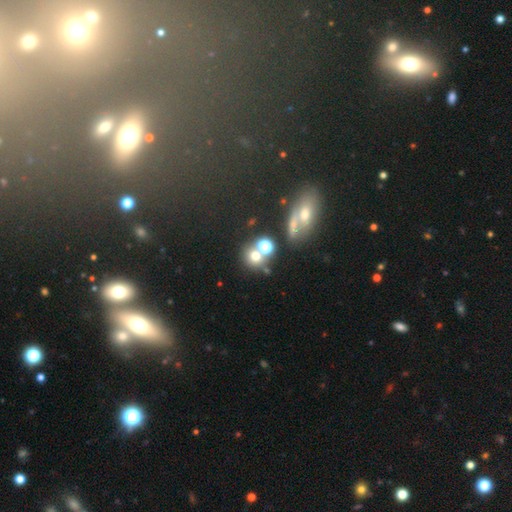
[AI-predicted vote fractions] A smooth galaxy with no disk features (63%) that is round (83%).

Vote fractions:
- Smooth or featured? smooth: 63% / star or artifact: 24% / featured or disk: 13%
- How rounded? round: 83% / in between: 16% / cigar-shaped: 2%
- Merging? none: 56% / merger: 31% / minor disturbance: 9% / major disturbance: 5%